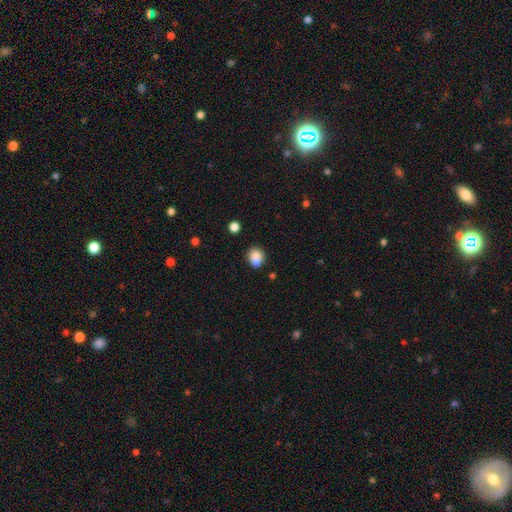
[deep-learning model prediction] Smooth or featured? Predicted: smooth (p=0.79). How rounded? Predicted: round (p=0.71). Merging? Predicted: none (p=0.48).